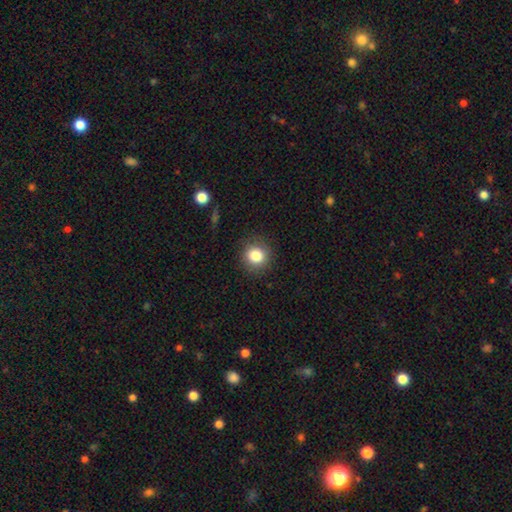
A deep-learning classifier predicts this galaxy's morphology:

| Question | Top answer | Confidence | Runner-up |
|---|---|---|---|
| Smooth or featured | smooth | 84% | star or artifact (10%) |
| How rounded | round | 88% | in between (11%) |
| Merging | none | 87% | minor disturbance (9%) |